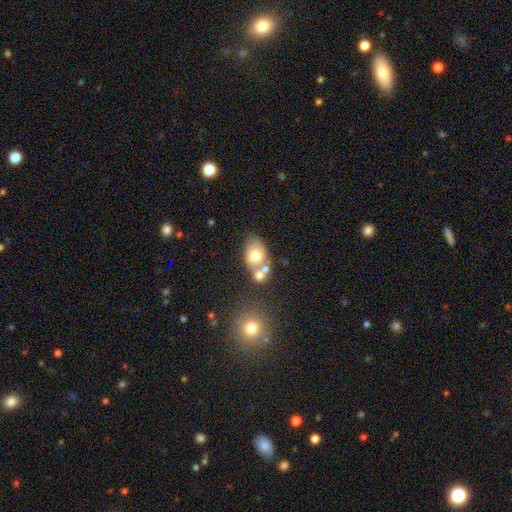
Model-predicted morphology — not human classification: smooth_or_featured: smooth (p=0.64) [alt: featured or disk p=0.26]
how_rounded: in between (p=0.75) [alt: round p=0.23]
merging: none (p=0.40) [alt: merger p=0.39]